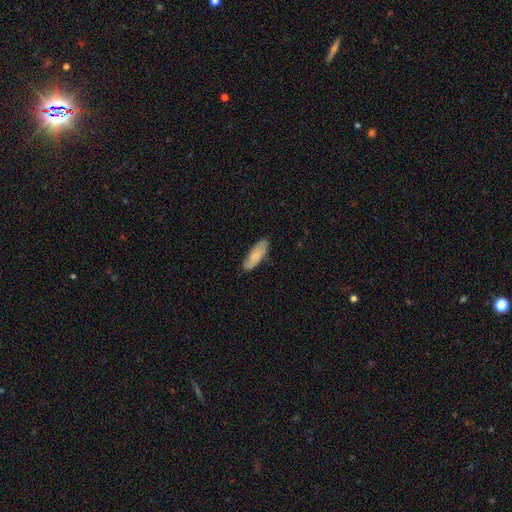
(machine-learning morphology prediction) Q: Smooth or featured?
A: smooth (70%); runner-up: featured or disk (24%)
Q: How rounded?
A: in between (64%); runner-up: cigar-shaped (34%)
Q: Merging?
A: none (78%); runner-up: minor disturbance (17%)